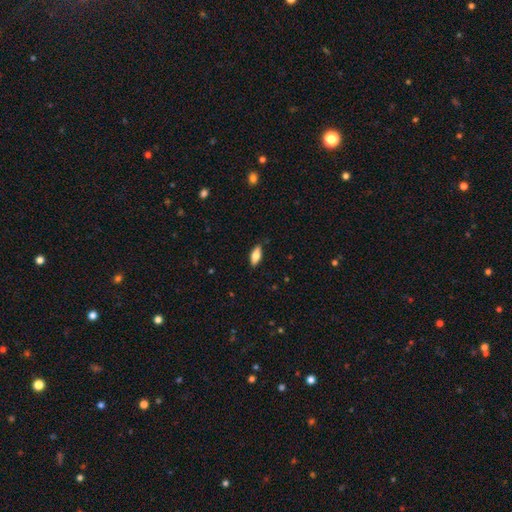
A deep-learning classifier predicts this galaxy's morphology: A smooth galaxy with no disk features (75%) that is in between round and cigar-shaped (77%).

Vote fractions:
- Smooth or featured? smooth: 75% / featured or disk: 19% / star or artifact: 6%
- How rounded? in between: 77% / cigar-shaped: 21% / round: 2%
- Merging? none: 86% / minor disturbance: 11% / major disturbance: 2% / merger: 1%